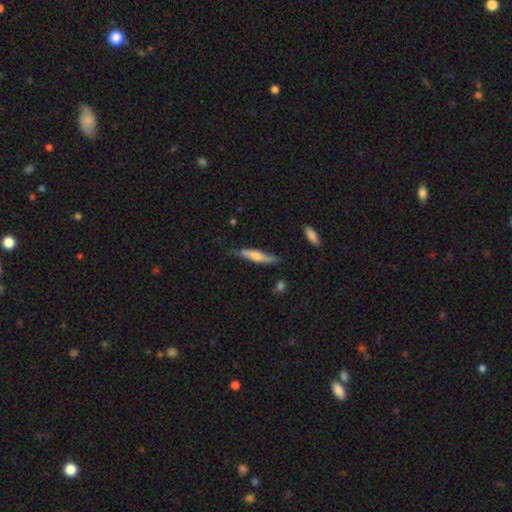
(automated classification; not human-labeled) Morphology: type=smooth (56%); roundness=cigar-shaped (84%); merging=none (71%).